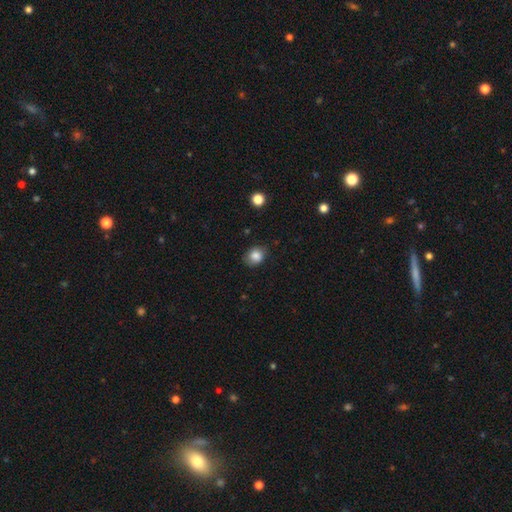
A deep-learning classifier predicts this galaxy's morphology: Q: Smooth or featured?
A: smooth (85%); runner-up: star or artifact (9%)
Q: How rounded?
A: round (58%); runner-up: in between (41%)
Q: Merging?
A: none (75%); runner-up: minor disturbance (20%)